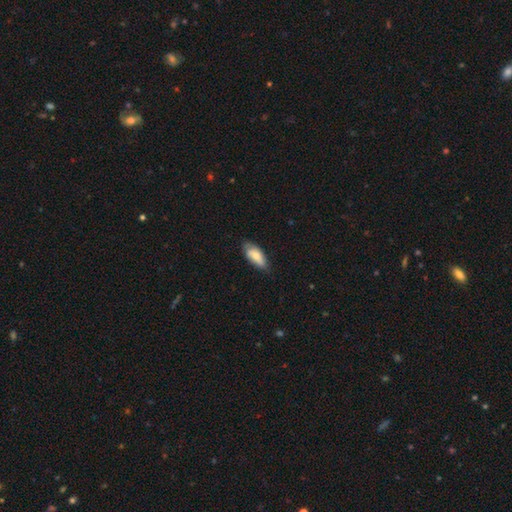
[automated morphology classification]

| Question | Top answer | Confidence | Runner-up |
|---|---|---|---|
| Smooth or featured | smooth | 72% | featured or disk (21%) |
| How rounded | in between | 84% | cigar-shaped (14%) |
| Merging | none | 65% | minor disturbance (28%) |